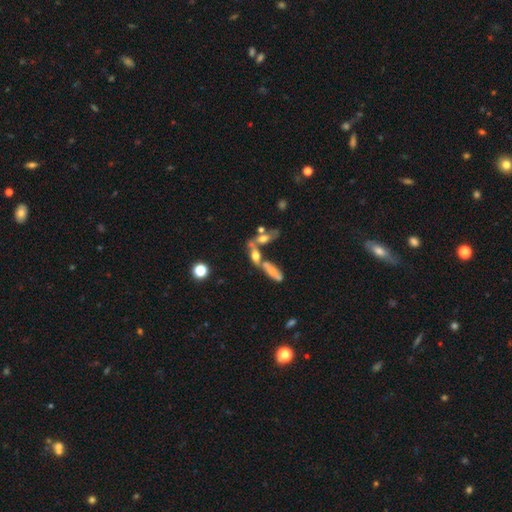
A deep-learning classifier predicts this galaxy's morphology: A smooth galaxy with no disk features (45%).

Vote fractions:
- Smooth or featured? smooth: 45% / featured or disk: 40% / star or artifact: 15%
- Merging? merger: 57% / none: 25% / minor disturbance: 10% / major disturbance: 8%